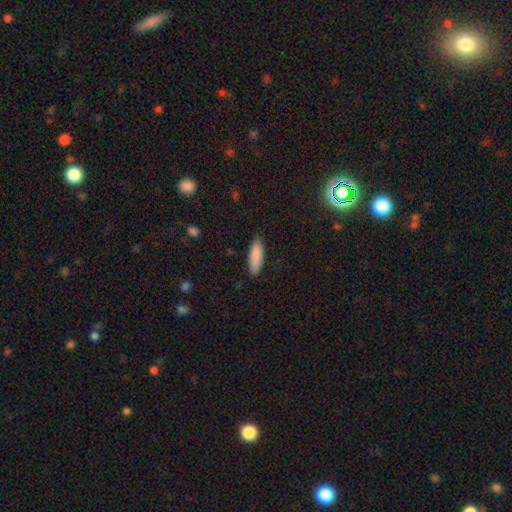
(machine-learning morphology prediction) type=smooth (88%); roundness=cigar-shaped (52%); merging=none (86%).